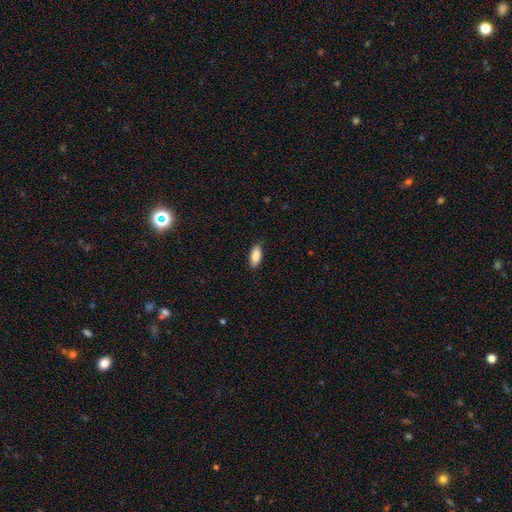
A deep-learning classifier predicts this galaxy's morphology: smooth 89%, star or artifact 6%, featured or disk 5%. Down the decision tree: how rounded — in between (85%); merging — none (83%).